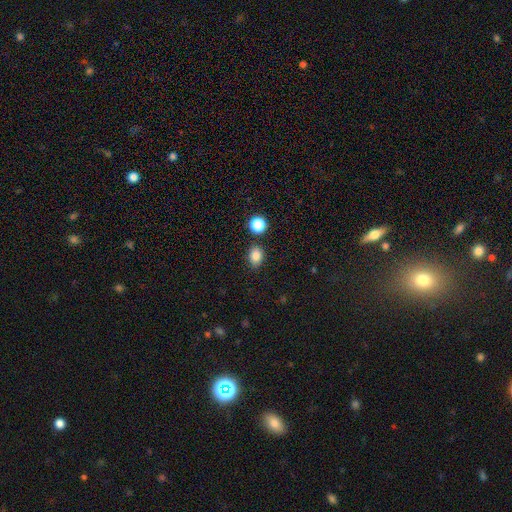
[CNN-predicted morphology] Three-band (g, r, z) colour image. It shows a smooth galaxy with no disk features (84%) that is in between round and cigar-shaped (59%). Merging: none (79%).